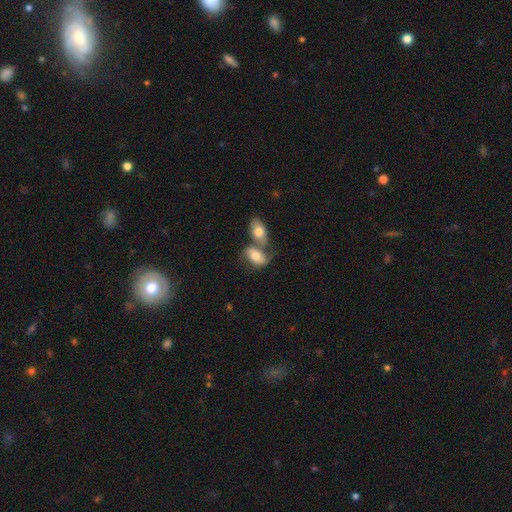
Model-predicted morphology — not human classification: A smooth galaxy with no disk features (62%) that is in between round and cigar-shaped (88%).

Vote fractions:
- Smooth or featured? smooth: 62% / featured or disk: 30% / star or artifact: 8%
- How rounded? in between: 88% / round: 9% / cigar-shaped: 3%
- Merging? merger: 58% / none: 26% / minor disturbance: 11% / major disturbance: 6%